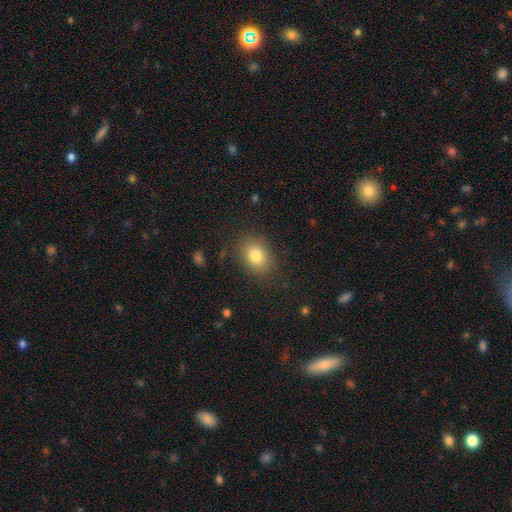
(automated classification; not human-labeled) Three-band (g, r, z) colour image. It shows a smooth galaxy with no disk features (82%) that is in between round and cigar-shaped (61%). Merging: none (83%).